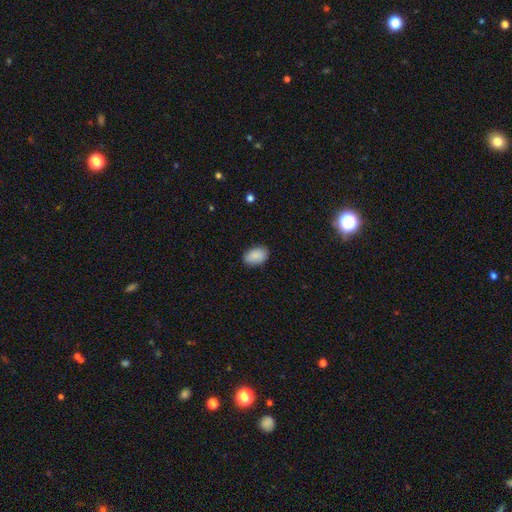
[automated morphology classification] Overall: smooth (88%). How rounded: in between (90%). Merging: none (84%).